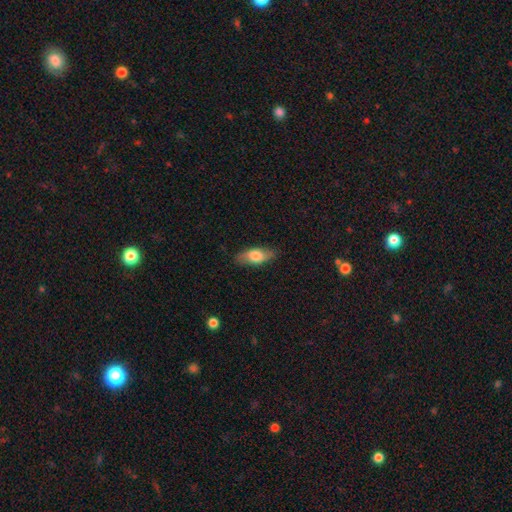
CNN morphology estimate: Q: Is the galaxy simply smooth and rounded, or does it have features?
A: smooth — 69%.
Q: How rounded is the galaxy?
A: in between — 79%.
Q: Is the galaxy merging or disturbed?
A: none — 81%.